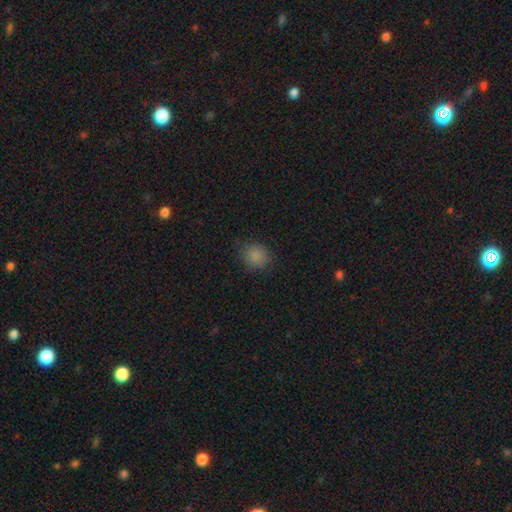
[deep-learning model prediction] Smooth or featured? Predicted: smooth (p=0.84). How rounded? Predicted: round (p=0.74). Merging? Predicted: none (p=0.82).